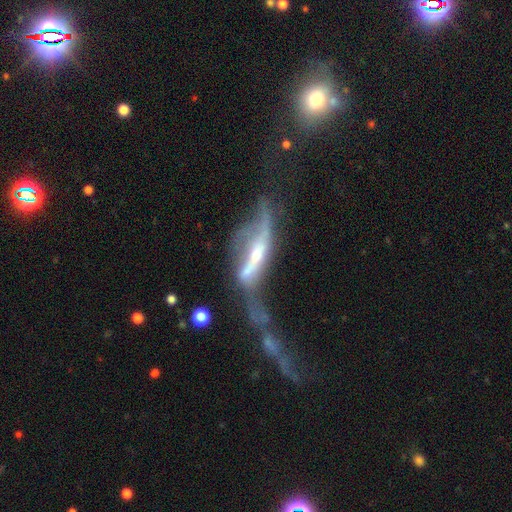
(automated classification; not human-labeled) smooth_or_featured: featured or disk (p=0.73) [alt: smooth p=0.19]
disk_edge_on: no (p=0.57) [alt: yes p=0.43]
merging: major disturbance (p=0.38) [alt: merger p=0.35]